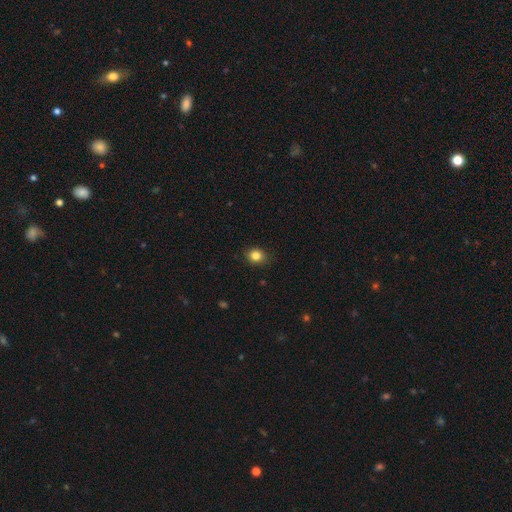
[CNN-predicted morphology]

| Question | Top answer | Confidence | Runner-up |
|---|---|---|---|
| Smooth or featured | smooth | 84% | star or artifact (11%) |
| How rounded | round | 63% | in between (36%) |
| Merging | none | 87% | minor disturbance (10%) |